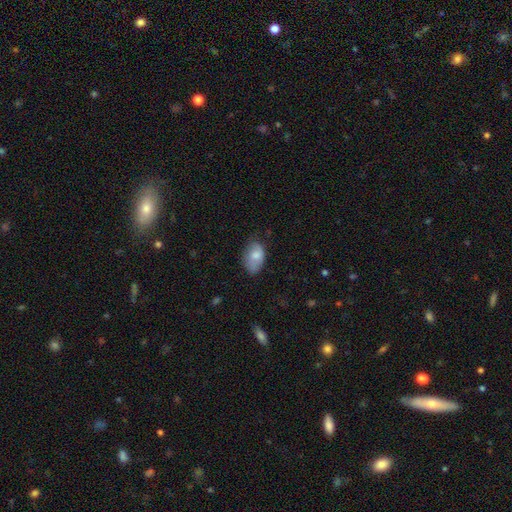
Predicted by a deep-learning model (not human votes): Smooth or featured? Predicted: smooth (p=0.76). How rounded? Predicted: in between (p=0.91). Merging? Predicted: none (p=0.62).